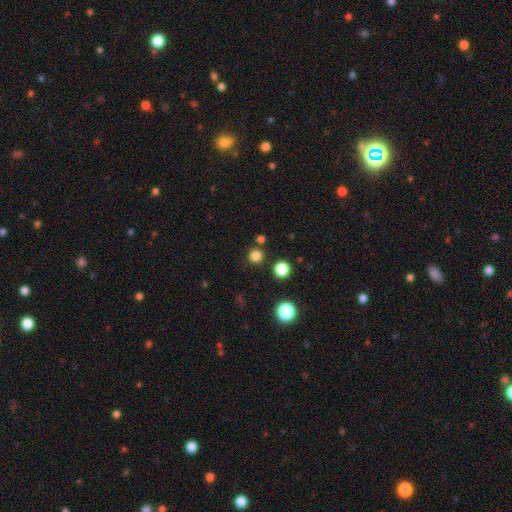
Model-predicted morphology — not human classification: This is likely a smooth galaxy (80%). How rounded: clearly round (95%). Merging: clearly none (86%).